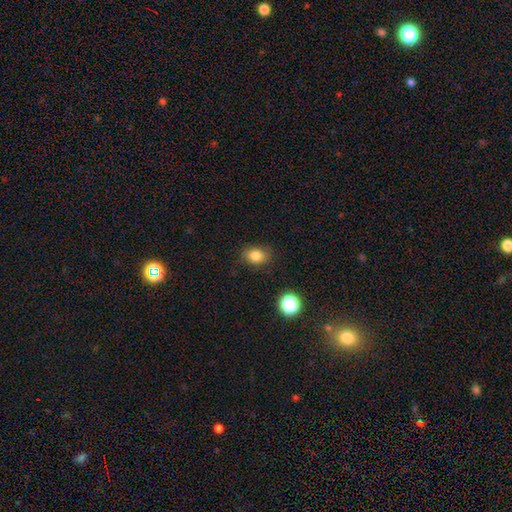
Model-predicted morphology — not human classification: The model was most divided on "how rounded": in between: 68%, round: 31%, cigar-shaped: 1%. More confident: smooth or featured — smooth (82%); merging — none (82%).